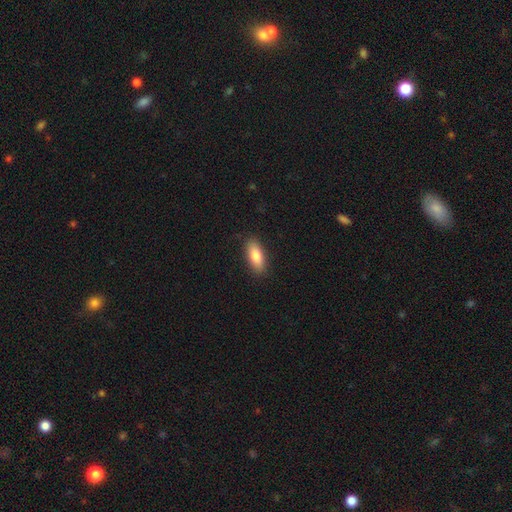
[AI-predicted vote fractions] Q: Smooth or featured?
A: smooth (81%); runner-up: featured or disk (12%)
Q: How rounded?
A: in between (79%); runner-up: cigar-shaped (18%)
Q: Merging?
A: none (87%); runner-up: minor disturbance (10%)